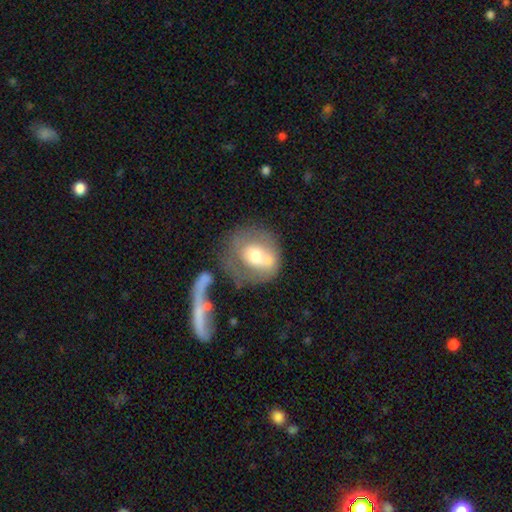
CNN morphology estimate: This is possibly a smooth galaxy (55%). How rounded: likely round (71%). Merging: marginally none (37%).